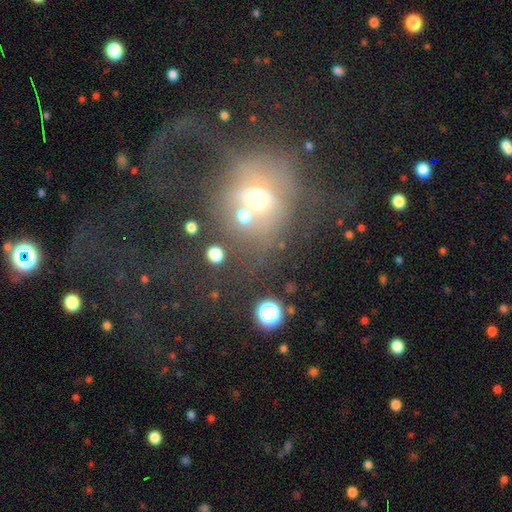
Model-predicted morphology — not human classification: A smooth galaxy with no disk features (40%).

Vote fractions:
- Smooth or featured? smooth: 40% / featured or disk: 35% / star or artifact: 25%
- Merging? major disturbance: 47% / merger: 21% / none: 21% / minor disturbance: 10%